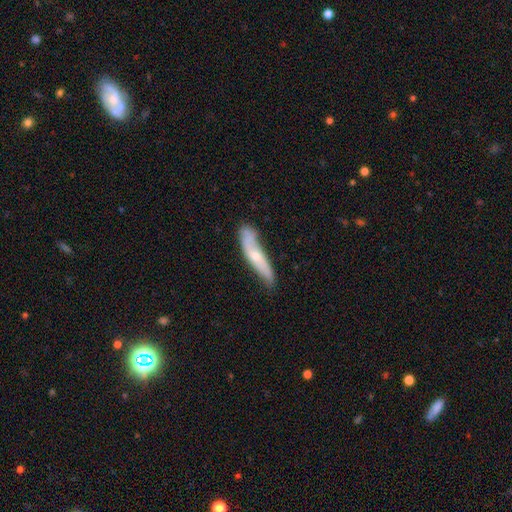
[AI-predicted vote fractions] Smooth or featured? Predicted: featured or disk (p=0.54). Edge-on disk? Predicted: no (p=0.56). Merging? Predicted: none (p=0.57).